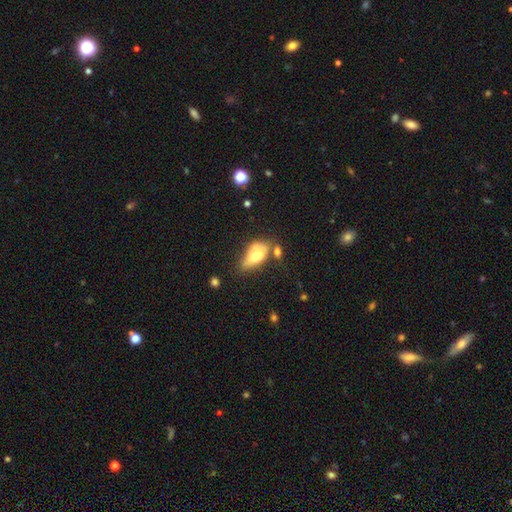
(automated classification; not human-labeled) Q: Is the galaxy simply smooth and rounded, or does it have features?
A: smooth — 62%.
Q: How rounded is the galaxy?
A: in between — 87%.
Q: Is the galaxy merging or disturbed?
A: none — 40%.